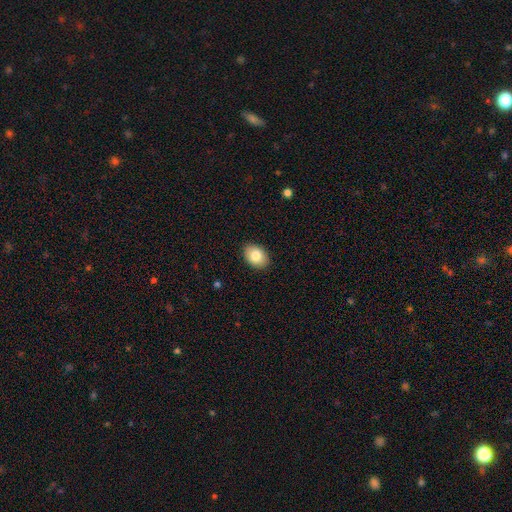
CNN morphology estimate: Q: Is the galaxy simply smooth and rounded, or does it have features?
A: smooth — 83%.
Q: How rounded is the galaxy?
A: in between — 77%.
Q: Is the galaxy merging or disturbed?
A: none — 90%.